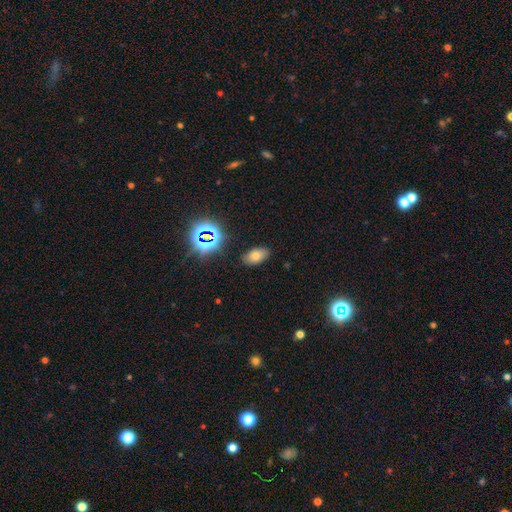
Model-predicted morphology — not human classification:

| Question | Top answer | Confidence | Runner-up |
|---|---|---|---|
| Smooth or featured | smooth | 65% | star or artifact (23%) |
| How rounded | in between | 91% | round (7%) |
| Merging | none | 85% | minor disturbance (10%) |